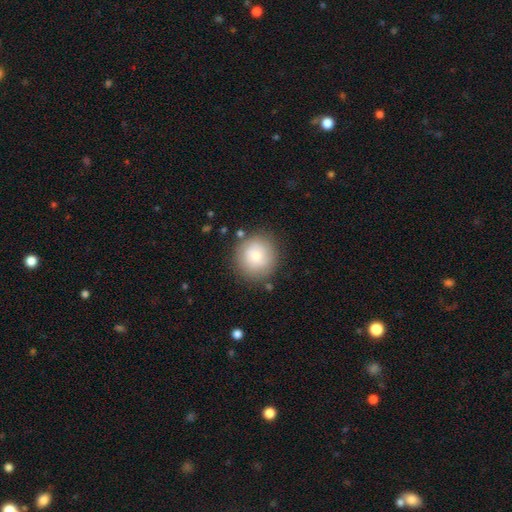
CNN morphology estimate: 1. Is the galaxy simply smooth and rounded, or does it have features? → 73% smooth, 19% featured or disk, 8% star or artifact.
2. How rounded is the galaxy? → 92% round, 7% in between, 1% cigar-shaped.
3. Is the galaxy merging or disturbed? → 82% none, 12% minor disturbance, 4% major disturbance, 3% merger.